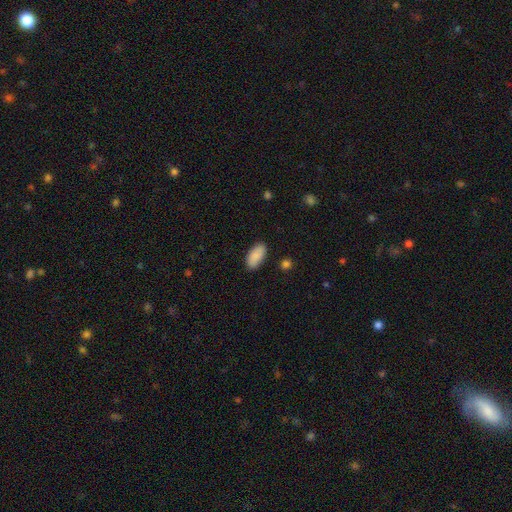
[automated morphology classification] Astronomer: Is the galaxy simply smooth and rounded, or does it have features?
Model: smooth — 89%.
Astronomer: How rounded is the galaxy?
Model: in between — 93%.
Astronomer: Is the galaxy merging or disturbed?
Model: none — 86%.